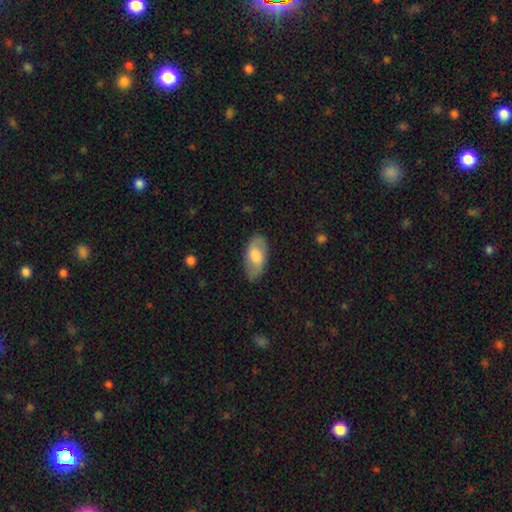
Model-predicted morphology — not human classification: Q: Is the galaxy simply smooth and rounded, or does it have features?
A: smooth — 60%.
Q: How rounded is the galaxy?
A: in between — 92%.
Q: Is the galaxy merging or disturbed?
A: none — 82%.